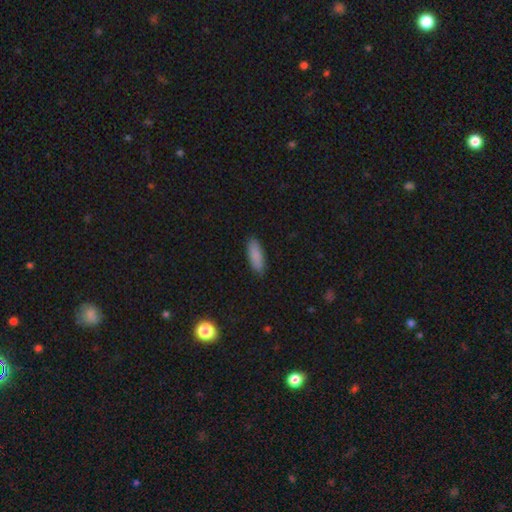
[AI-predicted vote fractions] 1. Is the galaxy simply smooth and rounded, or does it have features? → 87% smooth, 7% star or artifact, 6% featured or disk.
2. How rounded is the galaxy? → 63% in between, 35% cigar-shaped, 2% round.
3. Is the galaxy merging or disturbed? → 87% none, 10% minor disturbance, 2% major disturbance, 1% merger.